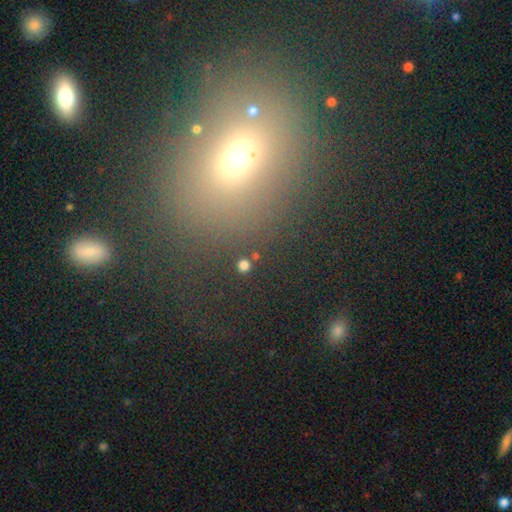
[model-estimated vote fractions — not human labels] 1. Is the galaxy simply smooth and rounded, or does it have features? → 49% smooth, 39% star or artifact, 12% featured or disk.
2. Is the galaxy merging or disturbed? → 76% none, 9% minor disturbance, 8% merger, 6% major disturbance.